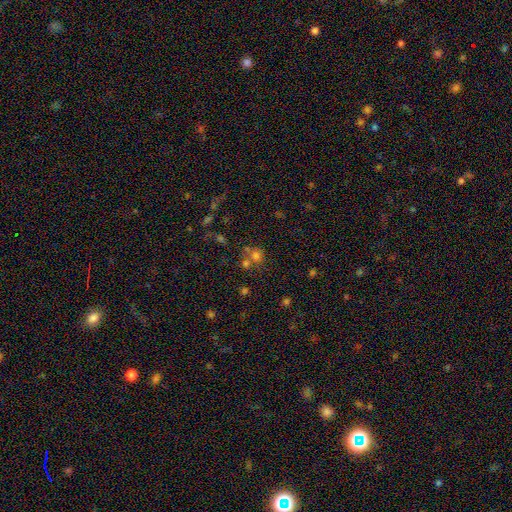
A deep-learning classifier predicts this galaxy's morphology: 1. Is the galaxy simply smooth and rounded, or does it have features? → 66% smooth, 23% star or artifact, 11% featured or disk.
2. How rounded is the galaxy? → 84% round, 15% in between, 1% cigar-shaped.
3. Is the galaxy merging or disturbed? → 52% none, 34% merger, 9% minor disturbance, 5% major disturbance.